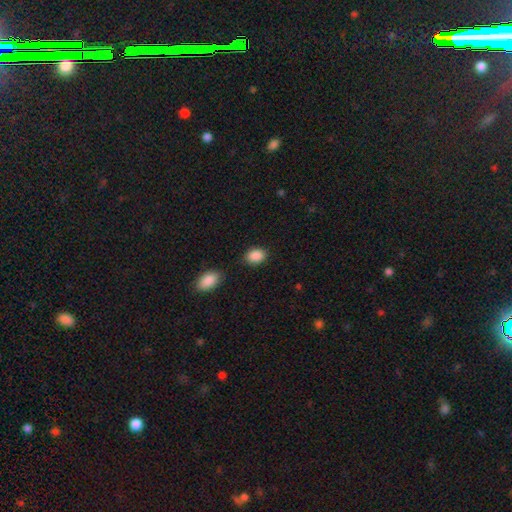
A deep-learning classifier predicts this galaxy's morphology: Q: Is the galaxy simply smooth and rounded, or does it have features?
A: smooth — 89%.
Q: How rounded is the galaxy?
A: in between — 74%.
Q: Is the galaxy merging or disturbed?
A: none — 81%.